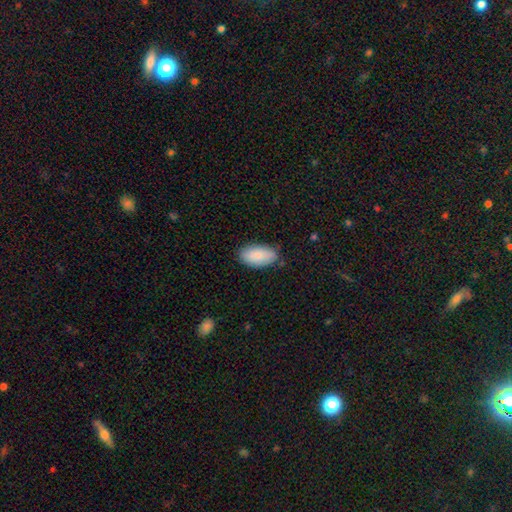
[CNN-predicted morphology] Smooth or featured? smooth (85%)
How rounded? in between (95%)
Merging? none (80%)